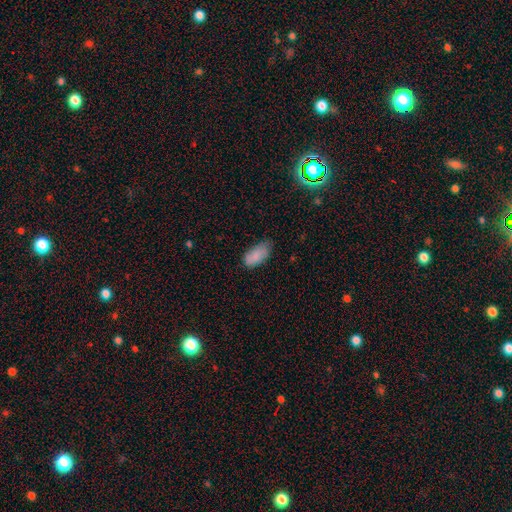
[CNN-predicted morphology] Overall: smooth (86%). How rounded: in between (93%). Merging: none (60%; minor disturbance 32%).